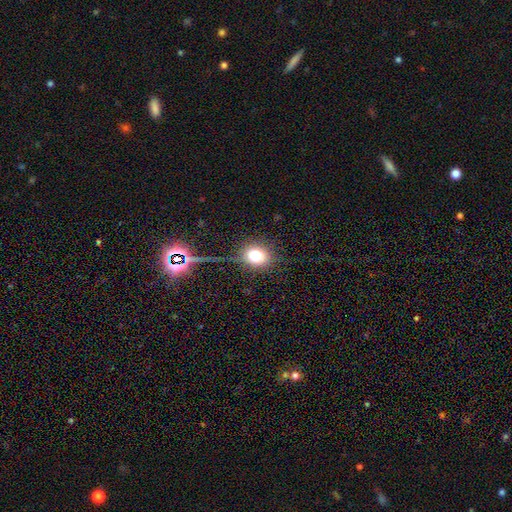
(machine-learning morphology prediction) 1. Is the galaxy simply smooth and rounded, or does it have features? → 76% smooth, 14% star or artifact, 10% featured or disk.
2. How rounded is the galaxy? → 54% round, 44% in between, 2% cigar-shaped.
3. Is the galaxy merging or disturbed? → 77% none, 14% minor disturbance, 6% major disturbance, 3% merger.